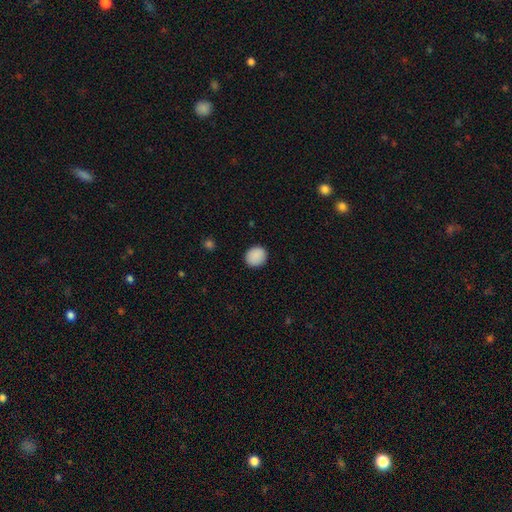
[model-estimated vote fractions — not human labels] Smooth or featured? smooth (90%)
How rounded? round (82%)
Merging? none (90%)